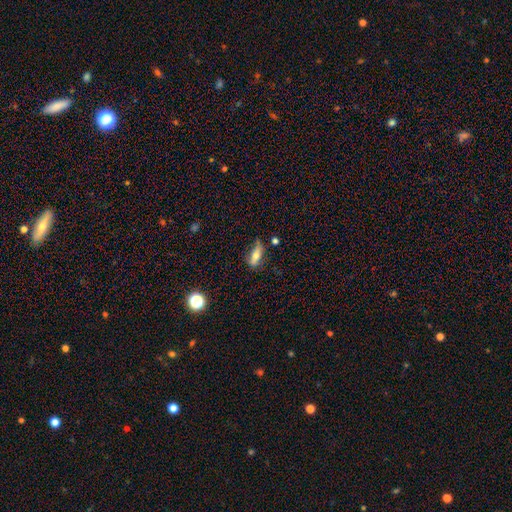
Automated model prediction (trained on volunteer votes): A smooth galaxy with no disk features (64%) that is in between round and cigar-shaped (70%).

Vote fractions:
- Smooth or featured? smooth: 64% / featured or disk: 27% / star or artifact: 9%
- How rounded? in between: 70% / cigar-shaped: 26% / round: 4%
- Merging? none: 55% / minor disturbance: 30% / major disturbance: 10% / merger: 5%